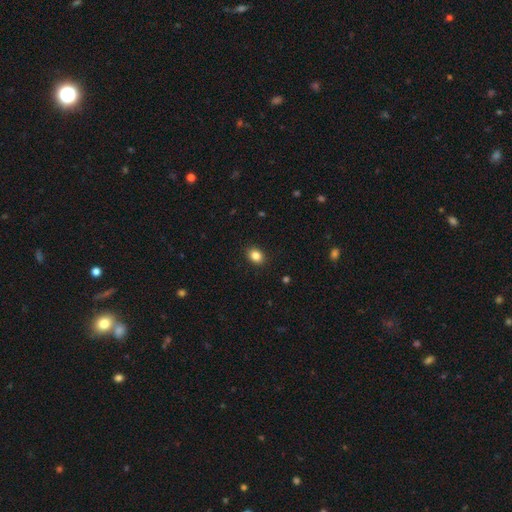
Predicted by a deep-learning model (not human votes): Overall: smooth (85%). How rounded: in between (60%; round 39%). Merging: none (90%).